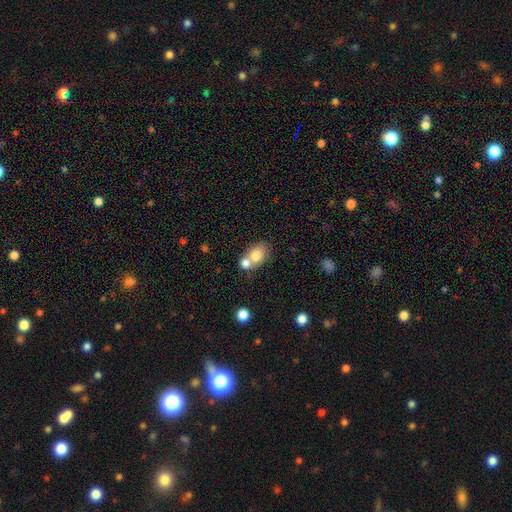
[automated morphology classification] smooth_or_featured: smooth (p=0.76) [alt: featured or disk p=0.16]
how_rounded: in between (p=0.62) [alt: round p=0.37]
merging: merger (p=0.49) [alt: none p=0.37]